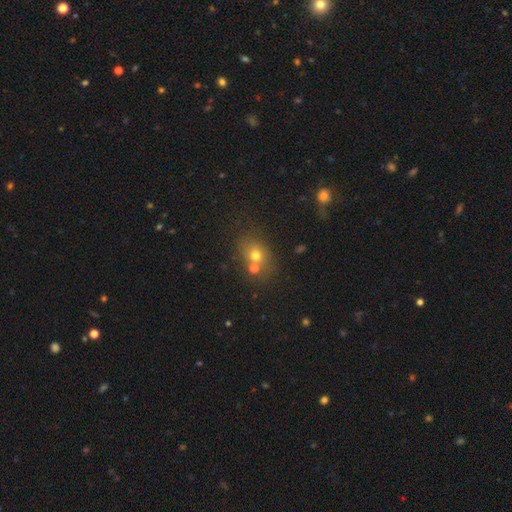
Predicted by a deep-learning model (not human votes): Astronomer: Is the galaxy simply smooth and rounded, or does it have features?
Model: smooth — 67%.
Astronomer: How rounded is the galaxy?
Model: round — 61% (runner-up: in between, 38%).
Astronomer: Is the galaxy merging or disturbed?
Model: none — 54% (runner-up: merger, 30%).